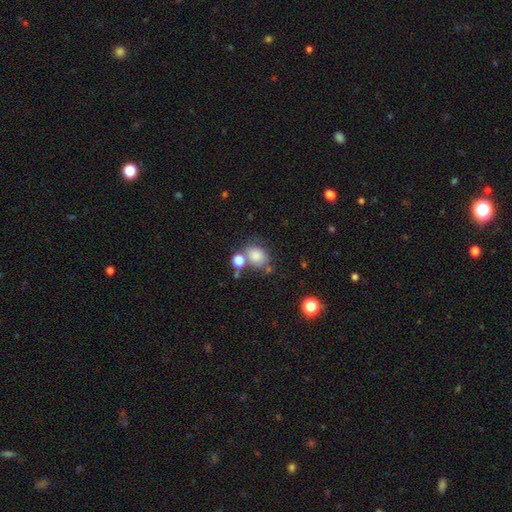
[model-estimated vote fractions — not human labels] Smooth or featured? Predicted: smooth (p=0.81). How rounded? Predicted: round (p=0.51). Merging? Predicted: none (p=0.56).